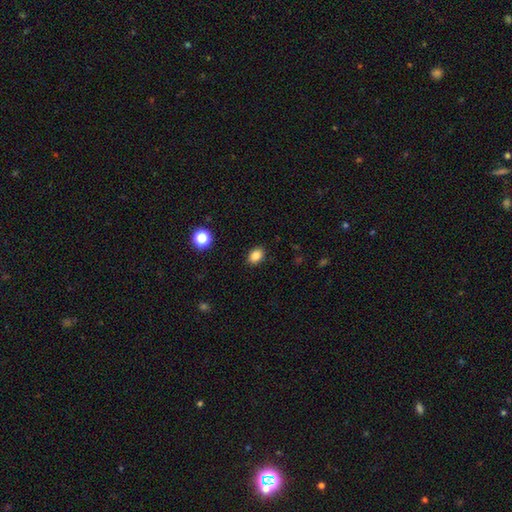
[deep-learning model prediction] Smooth or featured? Predicted: smooth (p=0.84). How rounded? Predicted: in between (p=0.70). Merging? Predicted: none (p=0.89).